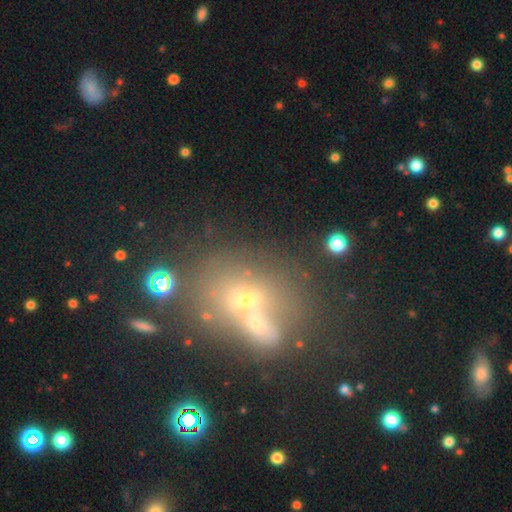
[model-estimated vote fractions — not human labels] Smooth or featured?
  - smooth: 42% *
  - star or artifact: 30%
  - featured or disk: 28%
Merging?
  - merger: 53% *
  - none: 30%
  - minor disturbance: 9%
  - major disturbance: 8%